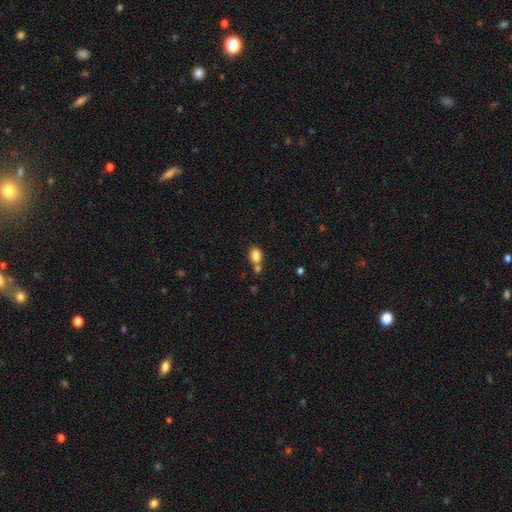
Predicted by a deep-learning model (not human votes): A smooth galaxy with no disk features (83%) that is in between round and cigar-shaped (66%).

Vote fractions:
- Smooth or featured? smooth: 83% / star or artifact: 10% / featured or disk: 7%
- How rounded? in between: 66% / round: 33% / cigar-shaped: 1%
- Merging? none: 54% / merger: 30% / minor disturbance: 12% / major disturbance: 4%